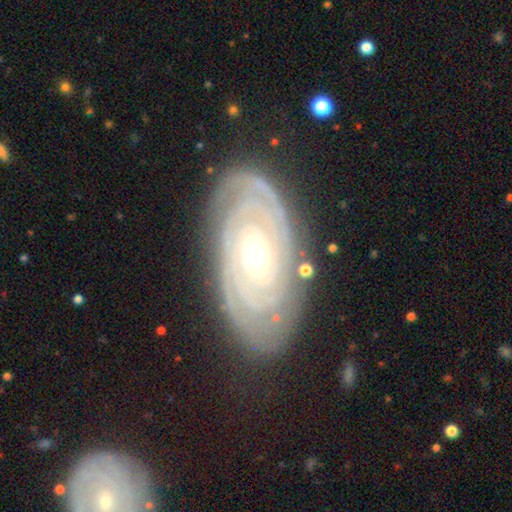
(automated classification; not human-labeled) Smooth or featured? Predicted: featured or disk (p=0.88). Edge-on disk? Predicted: no (p=0.95). Bar? Predicted: no (p=0.69). Spiral arms? Predicted: yes (p=0.96). Spiral winding? Predicted: tight (p=0.88). Spiral arm count? Predicted: 2 (p=0.34). Bulge size? Predicted: small (p=0.56). Merging? Predicted: none (p=0.83).